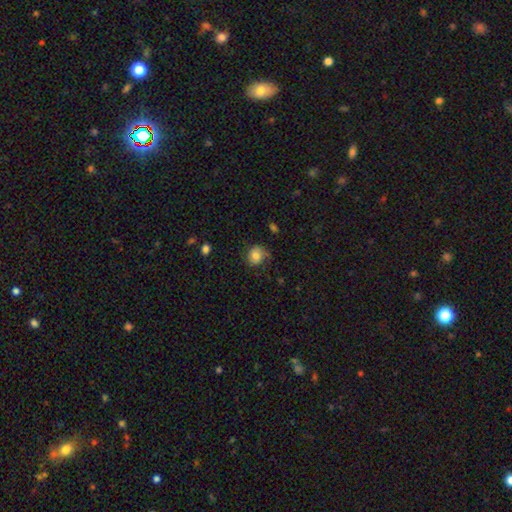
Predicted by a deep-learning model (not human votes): A smooth galaxy with no disk features (69%) that is round (73%).

Vote fractions:
- Smooth or featured? smooth: 69% / featured or disk: 22% / star or artifact: 9%
- How rounded? round: 73% / in between: 26% / cigar-shaped: 1%
- Merging? none: 64% / minor disturbance: 24% / major disturbance: 11% / merger: 2%